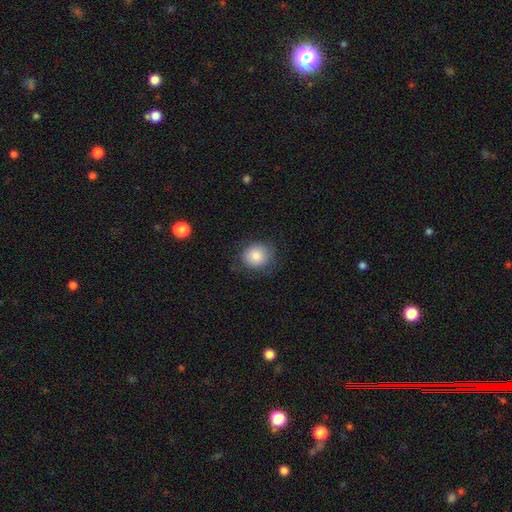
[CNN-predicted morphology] type=smooth (85%); roundness=round (78%); merging=none (78%).